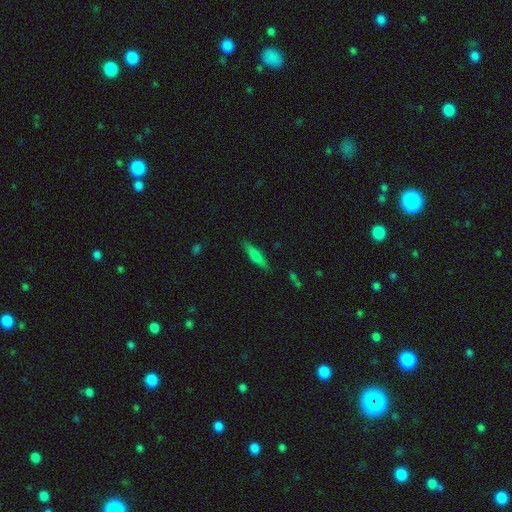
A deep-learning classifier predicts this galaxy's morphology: Smooth or featured? smooth (64%)
How rounded? cigar-shaped (74%)
Merging? none (85%)